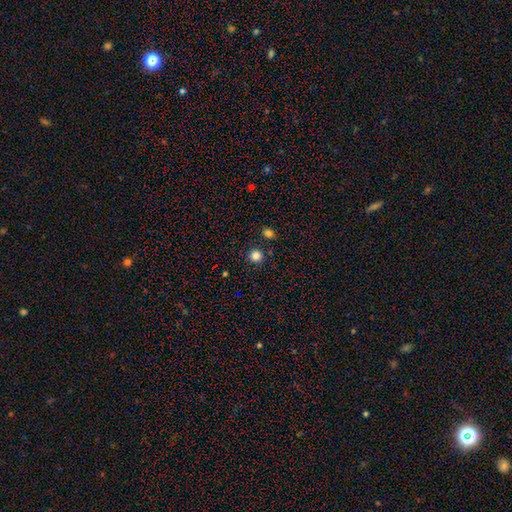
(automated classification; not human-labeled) Morphology: type=smooth (83%); roundness=round (93%); merging=none (88%).